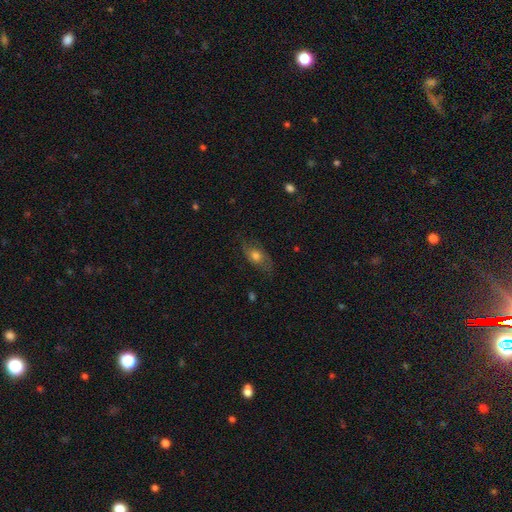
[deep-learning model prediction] A smooth galaxy with no disk features (52%) that is in between round and cigar-shaped (77%). Merging: none (68%).